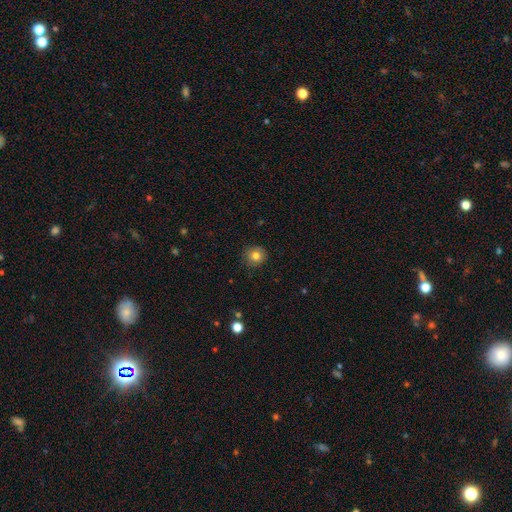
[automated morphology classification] The model was most divided on "smooth or featured": smooth: 80%, star or artifact: 11%, featured or disk: 9%. More confident: how rounded — round (91%); merging — none (87%).